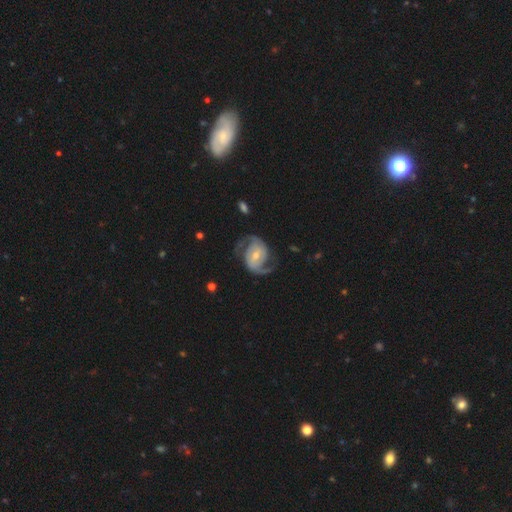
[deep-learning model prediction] Smooth or featured? featured or disk (90%)
Edge-on disk? no (98%)
Bar? weak (42%)
Spiral arms? yes (97%)
Spiral winding? medium (50%)
Spiral arm count? 2 (92%)
Bulge size? small (50%)
Merging? none (74%)